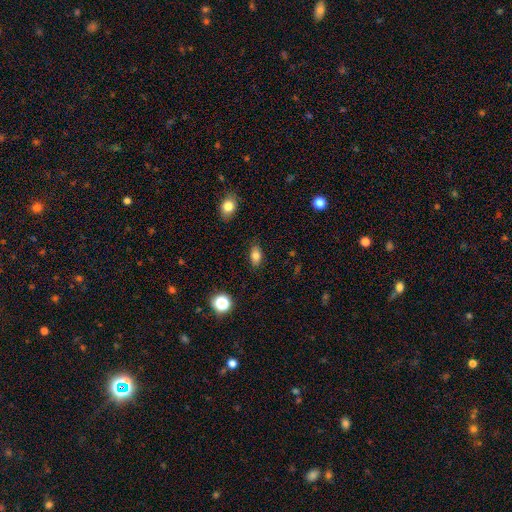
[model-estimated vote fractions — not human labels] Morphology: type=smooth (81%); roundness=in between (87%); merging=none (85%).